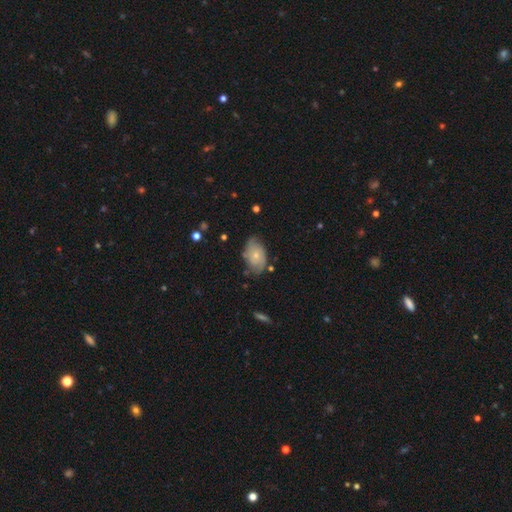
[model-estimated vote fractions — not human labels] A smooth galaxy with no disk features (49%).

Vote fractions:
- Smooth or featured? smooth: 49% / featured or disk: 44% / star or artifact: 7%
- Merging? none: 67% / minor disturbance: 25% / major disturbance: 6% / merger: 3%